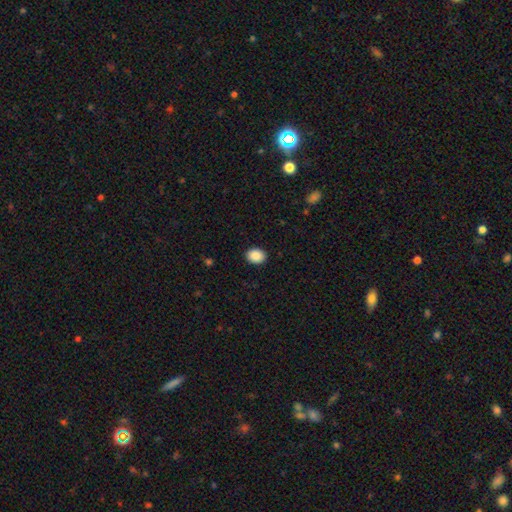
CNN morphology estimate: Smooth or featured? Predicted: smooth (p=0.89). How rounded? Predicted: in between (p=0.54). Merging? Predicted: none (p=0.91).